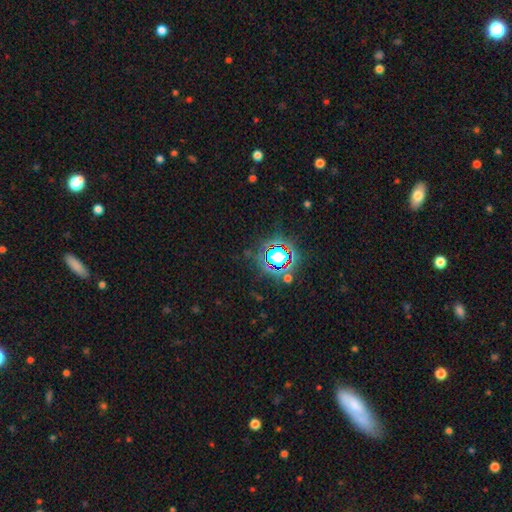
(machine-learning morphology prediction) Smooth or featured?
  - star or artifact: 80% *
  - smooth: 11%
  - featured or disk: 8%